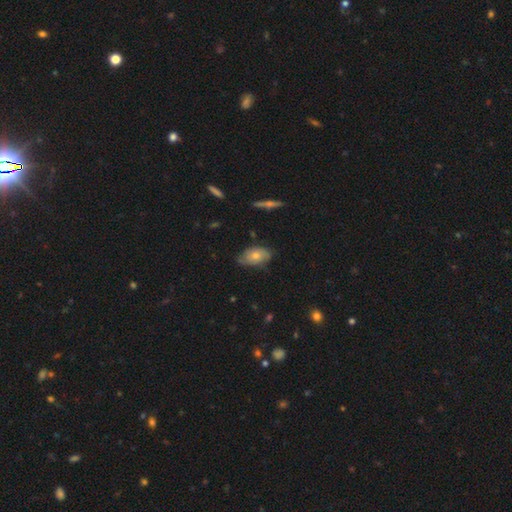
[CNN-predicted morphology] Overall: smooth (58%; featured or disk 35%). How rounded: in between (91%). Merging: none (67%).